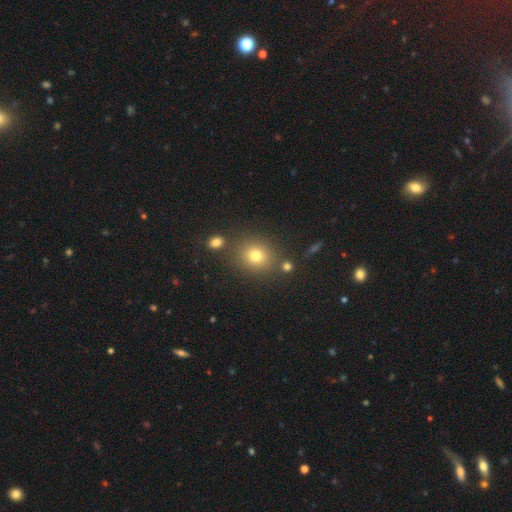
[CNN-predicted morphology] The model was most divided on "how rounded": round: 74%, in between: 25%, cigar-shaped: 1%. More confident: merging — none (78%); smooth or featured — smooth (75%).